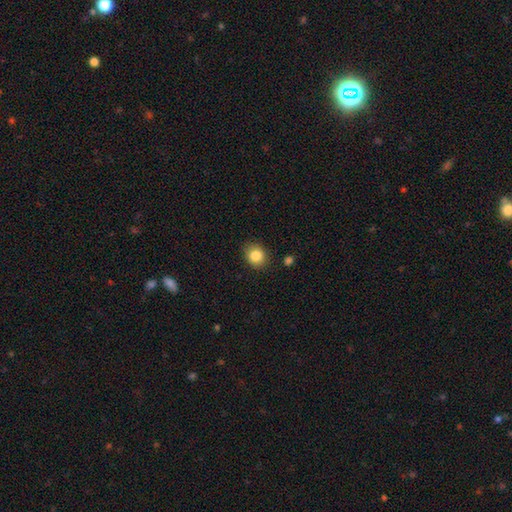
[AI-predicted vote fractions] Morphology: type=smooth (85%); roundness=round (65%); merging=none (83%).